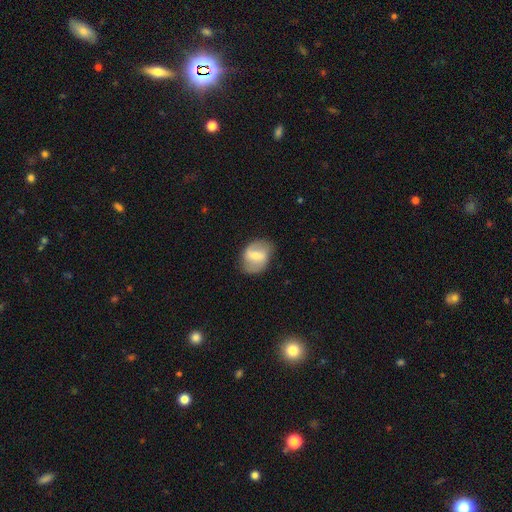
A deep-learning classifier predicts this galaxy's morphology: Smooth or featured? featured or disk (58%)
Edge-on disk? no (96%)
Bar? strong (43%)
Spiral arms? yes (68%)
Bulge size? moderate (46%)
Merging? none (75%)